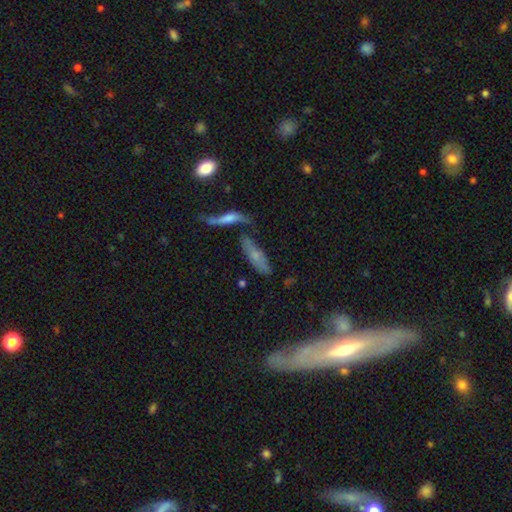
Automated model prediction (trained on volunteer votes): A smooth galaxy with no disk features (50%) that is cigar-shaped (52%).

Vote fractions:
- Smooth or featured? smooth: 50% / featured or disk: 39% / star or artifact: 10%
- How rounded? cigar-shaped: 52% / in between: 45% / round: 3%
- Merging? none: 45% / merger: 26% / minor disturbance: 19% / major disturbance: 10%